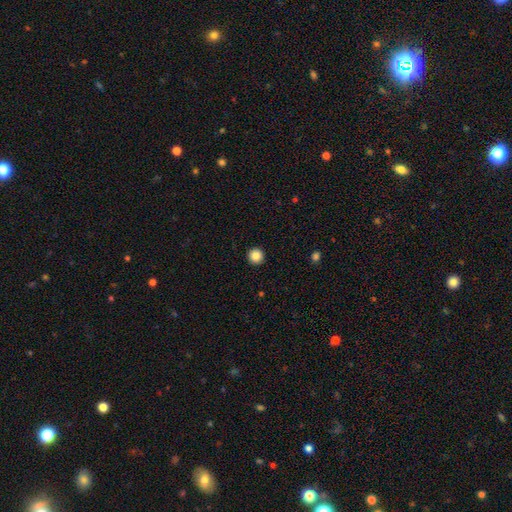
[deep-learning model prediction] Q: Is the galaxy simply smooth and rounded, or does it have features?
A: smooth — 86%.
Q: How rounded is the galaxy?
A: round — 96%.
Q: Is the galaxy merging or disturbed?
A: none — 93%.